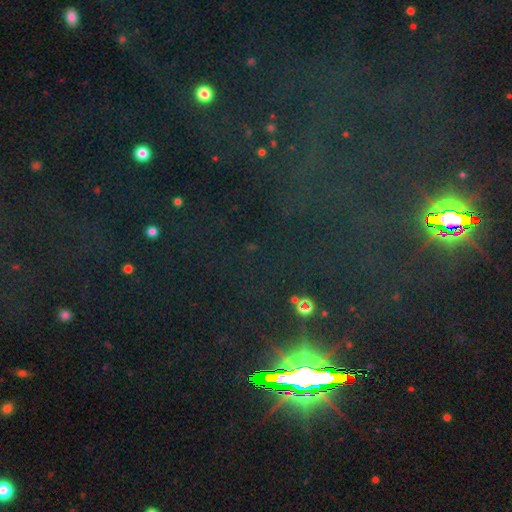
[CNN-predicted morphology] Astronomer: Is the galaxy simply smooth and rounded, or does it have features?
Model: star or artifact — 81%.